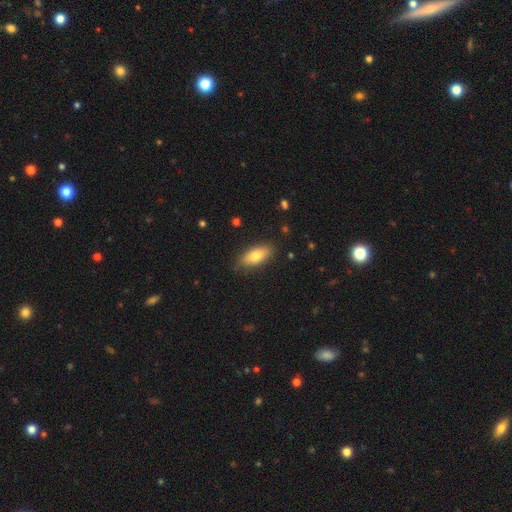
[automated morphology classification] Overall: smooth (77%). How rounded: in between (79%). Merging: none (83%).